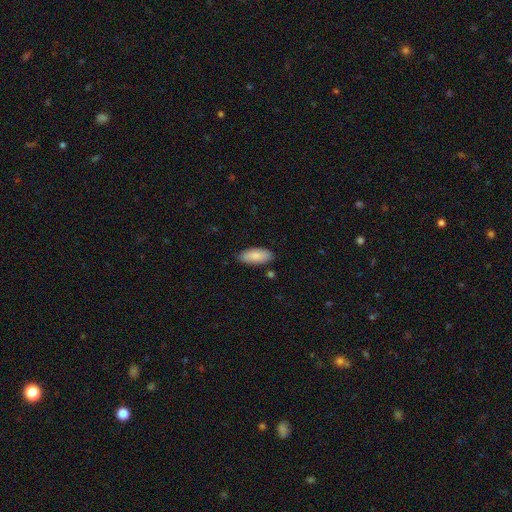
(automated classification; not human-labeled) Morphology: type=smooth (86%); roundness=in between (86%); merging=none (83%).